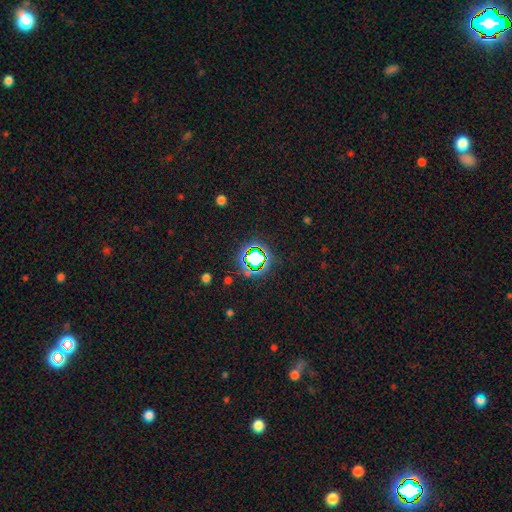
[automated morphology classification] Smooth or featured? star or artifact (66%)